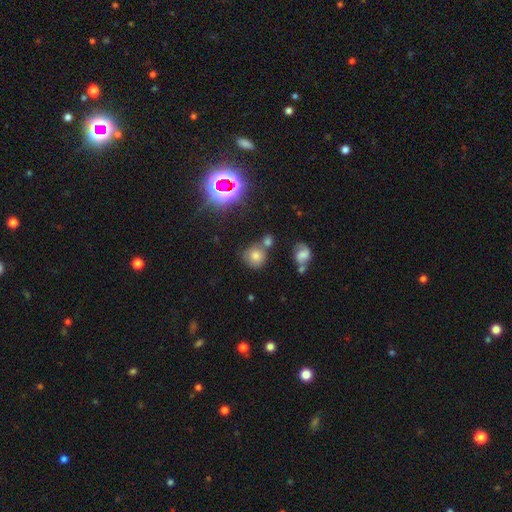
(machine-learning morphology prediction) This is likely a smooth galaxy (70%). How rounded: clearly round (84%). Merging: possibly none (58%).